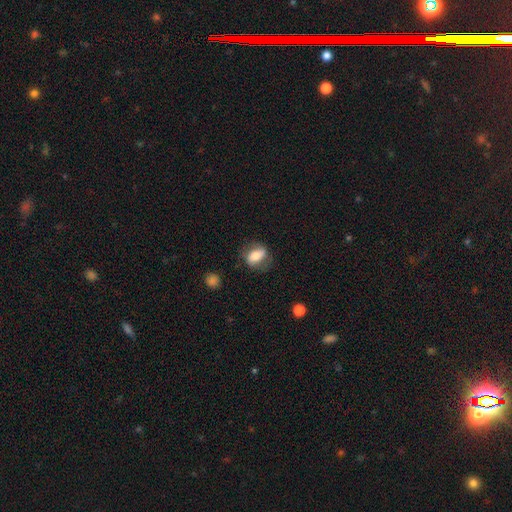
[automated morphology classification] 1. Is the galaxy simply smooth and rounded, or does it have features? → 64% smooth, 28% featured or disk, 8% star or artifact.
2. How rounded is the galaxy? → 75% in between, 20% round, 5% cigar-shaped.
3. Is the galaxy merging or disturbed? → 66% none, 21% minor disturbance, 10% major disturbance, 2% merger.